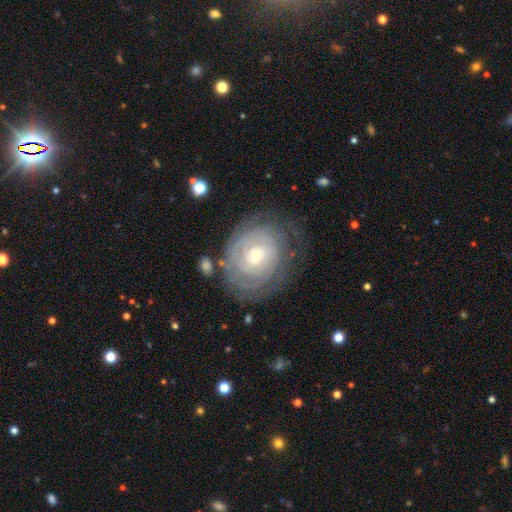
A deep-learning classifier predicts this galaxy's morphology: Smooth or featured?
  - featured or disk: 79% *
  - smooth: 15%
  - star or artifact: 6%
Edge-on disk?
  - no: 97% *
  - yes: 3%
Bar?
  - no: 67% *
  - weak: 27%
  - strong: 6%
Spiral arms?
  - yes: 90% *
  - no: 10%
Spiral winding?
  - tight: 82% *
  - medium: 14%
  - loose: 4%
Spiral arm count?
  - can't tell: 52% *
  - 2: 18%
  - 3: 11%
  - 4: 9%
  - 1: 5%
  - more than 4: 5%
Bulge size?
  - small: 71% *
  - moderate: 25%
  - large: 2%
  - none: 1%
  - dominant: 1%
Merging?
  - none: 71% *
  - minor disturbance: 18%
  - major disturbance: 9%
  - merger: 2%